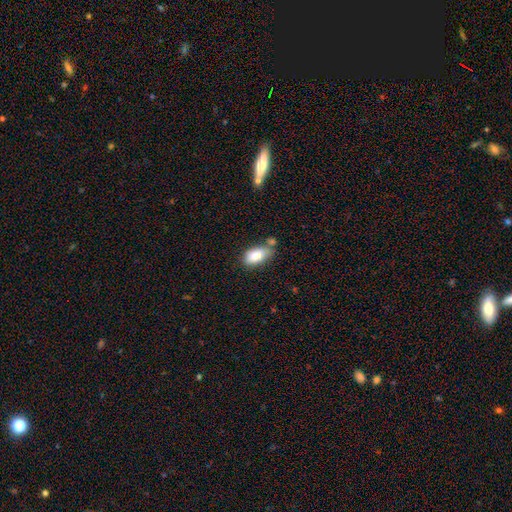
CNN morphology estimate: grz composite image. It shows a smooth galaxy with no disk features (84%) that is in between round and cigar-shaped (92%). Merging: none (55%).